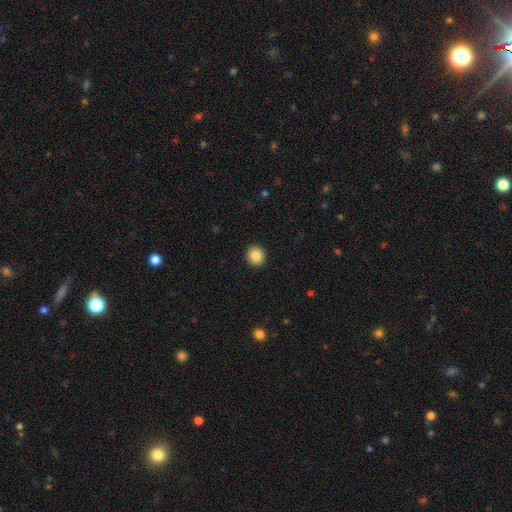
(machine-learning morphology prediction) A smooth galaxy with no disk features (87%) that is round (86%).

Vote fractions:
- Smooth or featured? smooth: 87% / star or artifact: 9% / featured or disk: 5%
- How rounded? round: 86% / in between: 13% / cigar-shaped: 1%
- Merging? none: 92% / minor disturbance: 5% / major disturbance: 2% / merger: 1%